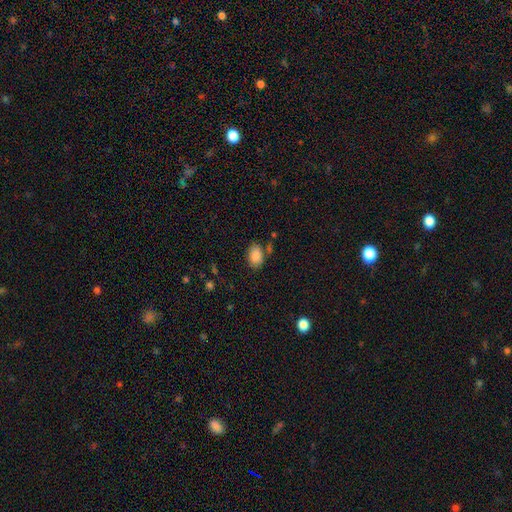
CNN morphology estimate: This is clearly a smooth galaxy (87%). How rounded: clearly in between (82%). Merging: likely none (74%).